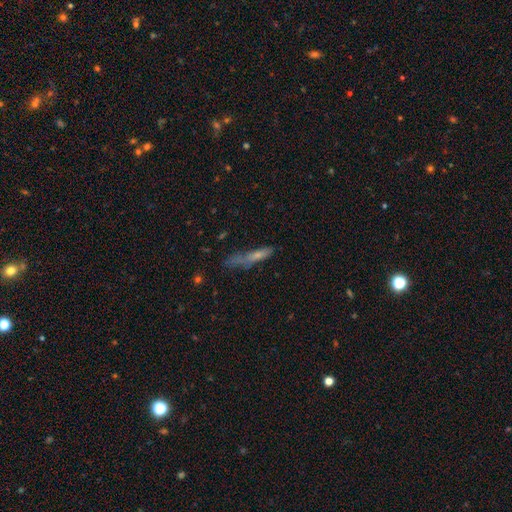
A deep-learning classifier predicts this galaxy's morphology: smooth_or_featured: smooth (p=0.61) [alt: featured or disk p=0.27]
how_rounded: cigar-shaped (p=0.88) [alt: in between p=0.10]
merging: none (p=0.51) [alt: minor disturbance p=0.25]